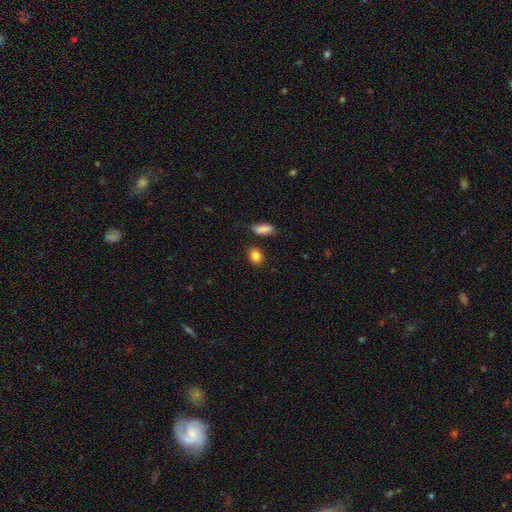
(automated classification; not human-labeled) The model was most divided on "how rounded": in between: 67%, round: 31%, cigar-shaped: 2%. More confident: smooth or featured — smooth (86%); merging — none (81%).